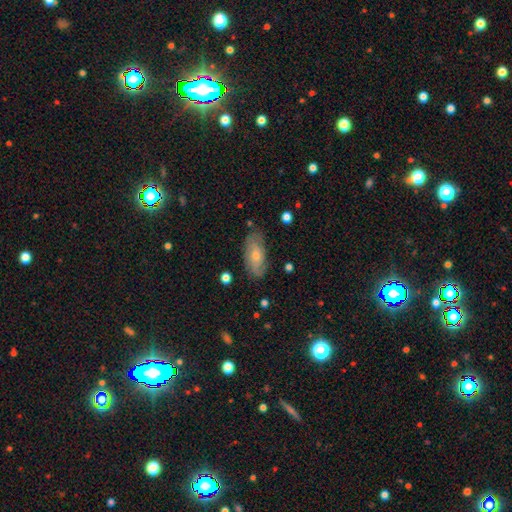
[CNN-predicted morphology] type=featured or disk (49%); merging=none (78%).